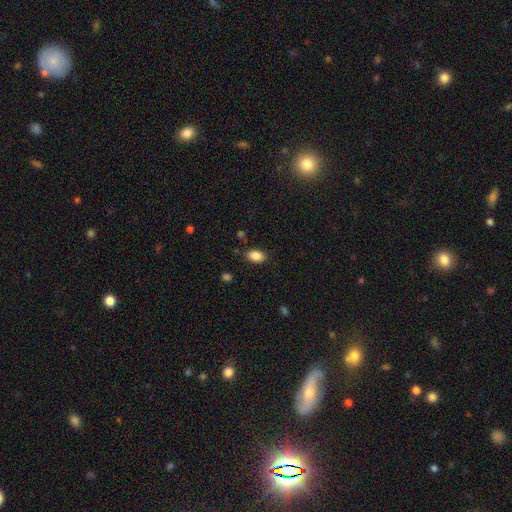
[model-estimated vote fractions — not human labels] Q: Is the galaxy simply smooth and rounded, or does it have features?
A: smooth — 87%.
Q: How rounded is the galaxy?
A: in between — 88%.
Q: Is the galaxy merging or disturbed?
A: none — 84%.